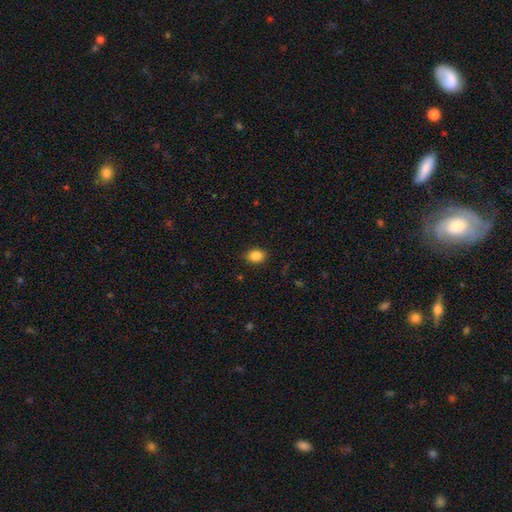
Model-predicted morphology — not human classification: Smooth or featured? Predicted: smooth (p=0.87). How rounded? Predicted: in between (p=0.63). Merging? Predicted: none (p=0.87).